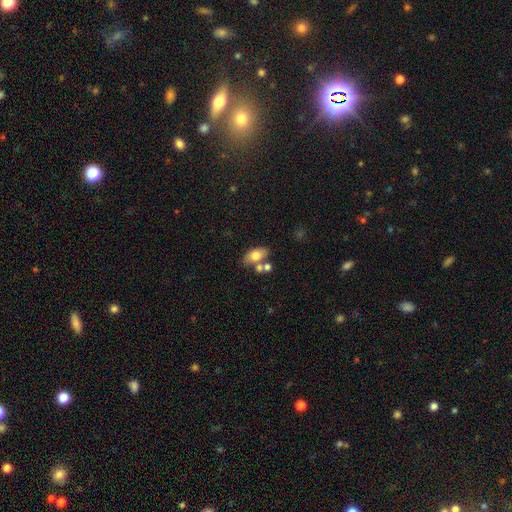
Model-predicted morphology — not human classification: Overall: smooth (72%). How rounded: in between (88%). Merging: none (57%; merger 24%).